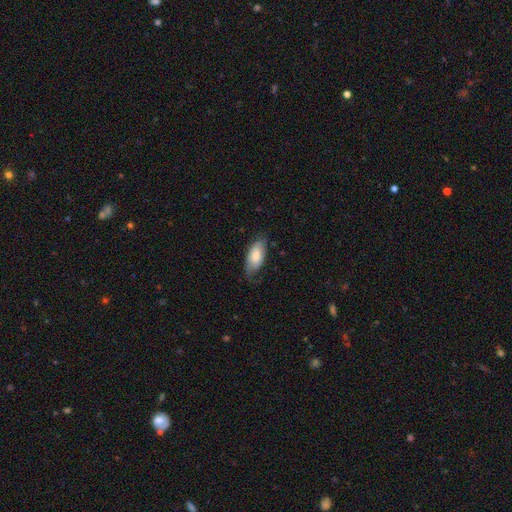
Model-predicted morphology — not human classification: Q: Smooth or featured?
A: smooth (65%); runner-up: featured or disk (29%)
Q: How rounded?
A: in between (90%); runner-up: cigar-shaped (7%)
Q: Merging?
A: none (57%); runner-up: minor disturbance (30%)